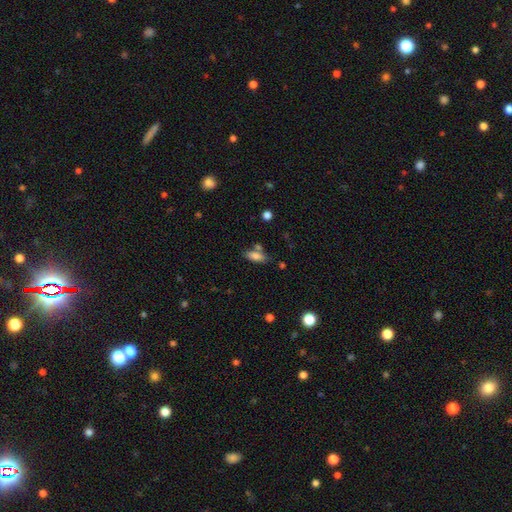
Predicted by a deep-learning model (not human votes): smooth 80%, featured or disk 11%, star or artifact 9%. Down the decision tree: how rounded — in between (76%); merging — none (62%).